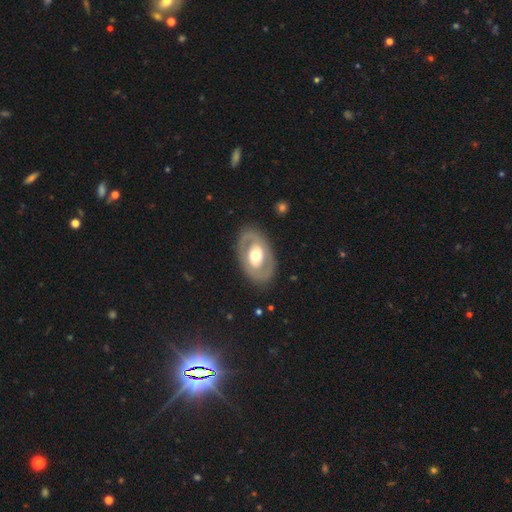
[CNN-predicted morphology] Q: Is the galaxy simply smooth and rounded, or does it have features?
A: featured or disk — 63%.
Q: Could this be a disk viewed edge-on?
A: no — 92%.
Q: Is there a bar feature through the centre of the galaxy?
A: no — 68%.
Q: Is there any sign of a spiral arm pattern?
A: no — 68%.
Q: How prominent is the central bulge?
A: moderate — 63%.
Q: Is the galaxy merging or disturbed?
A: none — 84%.